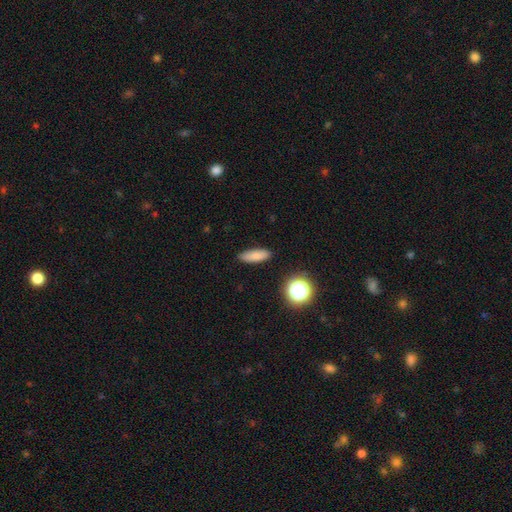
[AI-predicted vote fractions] A smooth galaxy with no disk features (81%) that is in between round and cigar-shaped (52%). Merging: none (88%).